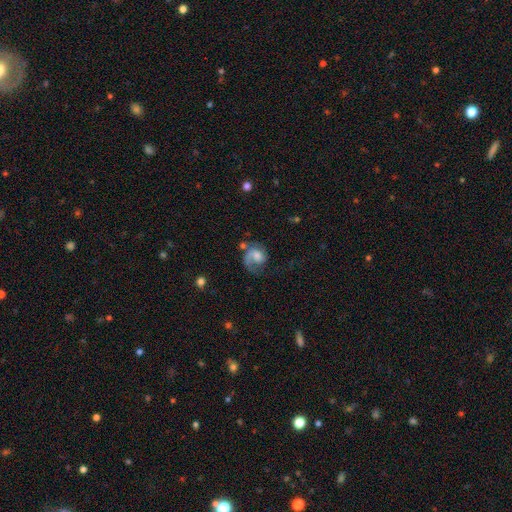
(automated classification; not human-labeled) The model was most divided on "spiral winding": medium: 42%, loose: 32%, tight: 26%. Remaining: edge-on disk — no (98%); spiral arms — yes (91%); spiral arm count — 1 (73%); smooth or featured — featured or disk (69%); bar — no (66%); merging — none (46%); bulge size — moderate (40%).